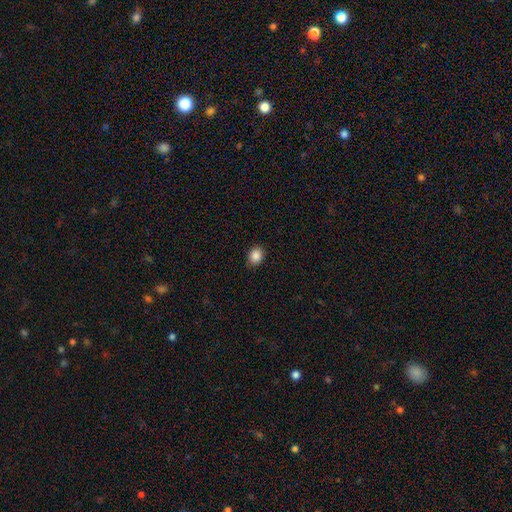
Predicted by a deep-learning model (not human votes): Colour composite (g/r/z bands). It shows a smooth galaxy with no disk features (87%) that is in between round and cigar-shaped (51%). Merging: none (87%).